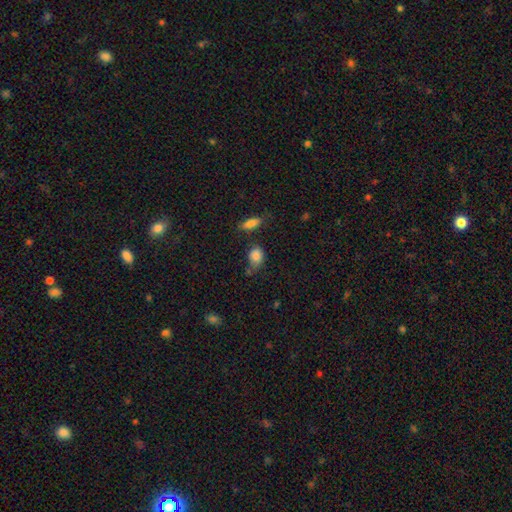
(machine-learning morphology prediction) This appears to be a smooth galaxy with no disk features (83%) that is in between round and cigar-shaped (66%). Merging: none (49%).